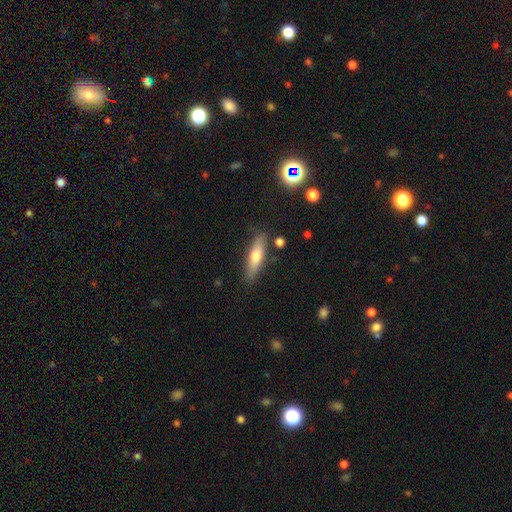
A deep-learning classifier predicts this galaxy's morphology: This is possibly a smooth galaxy (58%). How rounded: likely cigar-shaped (67%). Merging: clearly none (82%).